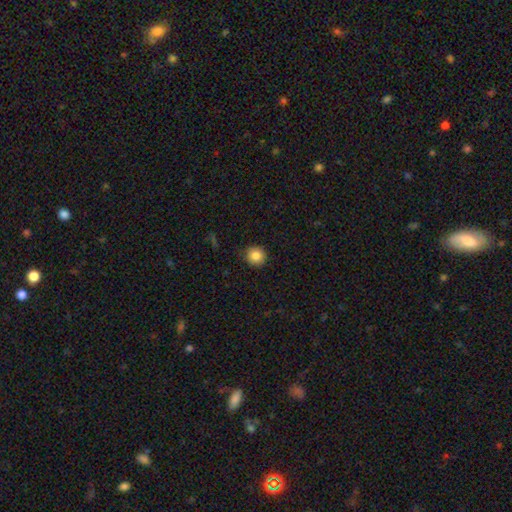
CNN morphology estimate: The model was most divided on "smooth or featured": smooth: 84%, star or artifact: 10%, featured or disk: 6%. More confident: how rounded — round (92%); merging — none (90%).